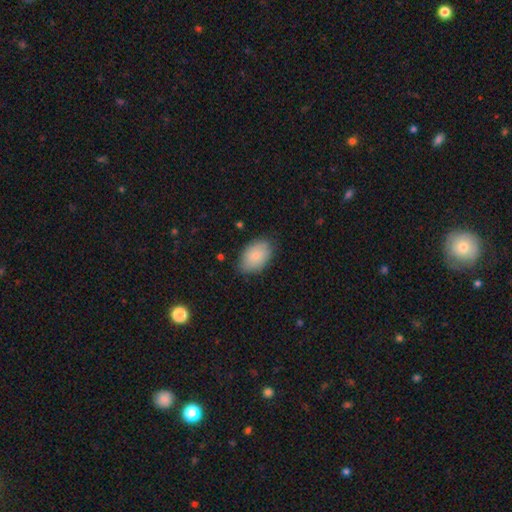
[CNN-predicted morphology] smooth 84%, featured or disk 10%, star or artifact 7%. Down the decision tree: how rounded — in between (90%); merging — none (81%).